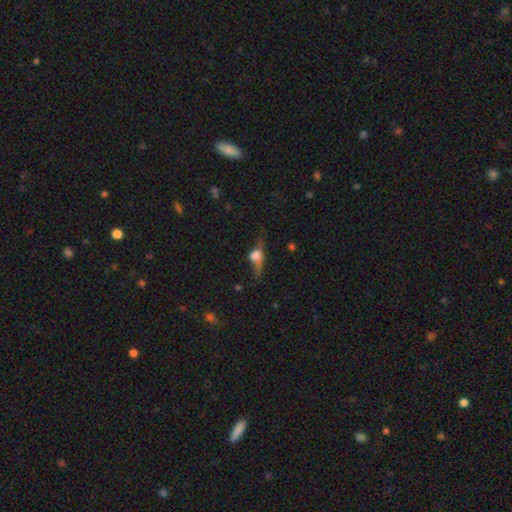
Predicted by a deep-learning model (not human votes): Morphology: type=featured or disk (49%); merging=none (51%).